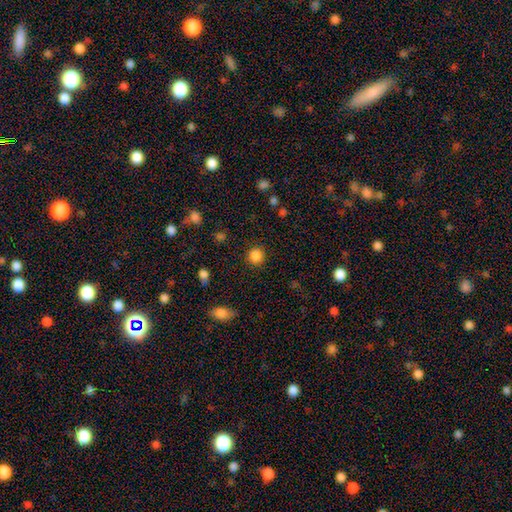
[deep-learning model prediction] The model was most divided on "smooth or featured": smooth: 86%, star or artifact: 11%, featured or disk: 3%. More confident: merging — none (90%); how rounded — round (90%).